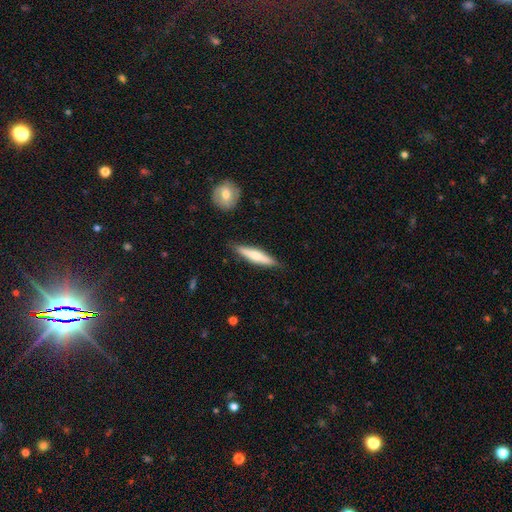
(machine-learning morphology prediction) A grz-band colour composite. It shows a smooth galaxy with no disk features (55%) that is cigar-shaped (85%). Merging: none (86%).